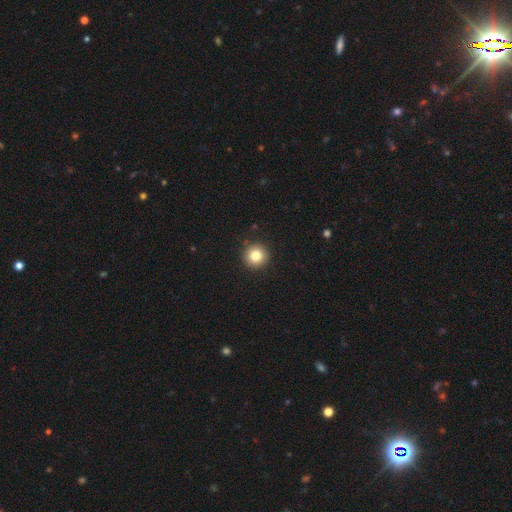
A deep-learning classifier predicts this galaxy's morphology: Overall: smooth (82%). How rounded: round (95%). Merging: none (92%).